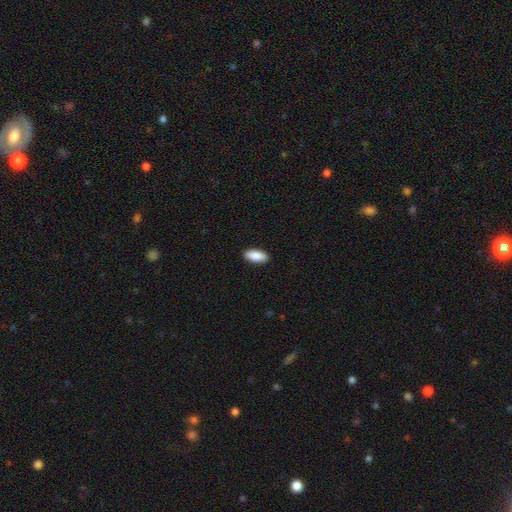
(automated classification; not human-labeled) Morphology: type=smooth (88%); roundness=in between (86%); merging=none (91%).